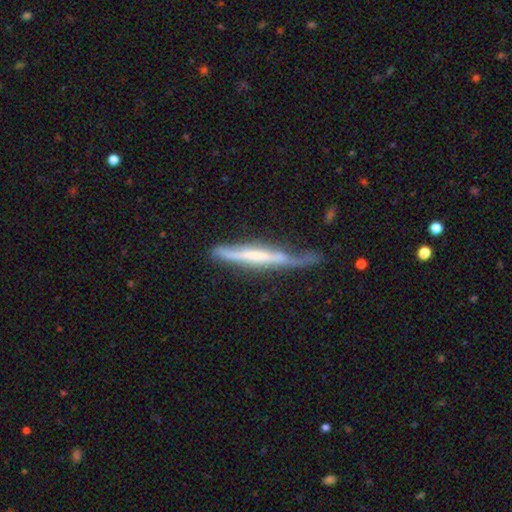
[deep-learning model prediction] Smooth or featured? featured or disk (63%)
Edge-on disk? yes (86%)
Edge-on bulge? none (56%)
Merging? none (45%)